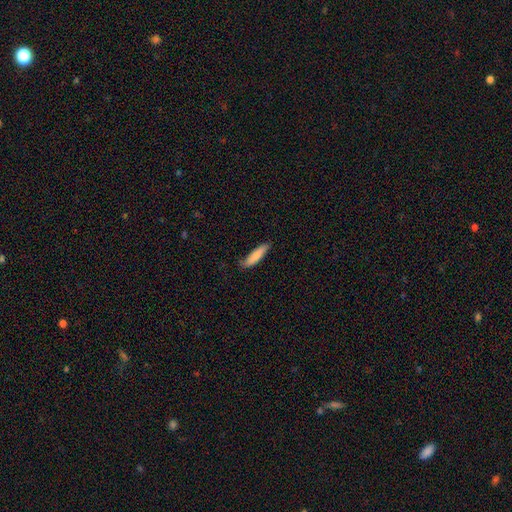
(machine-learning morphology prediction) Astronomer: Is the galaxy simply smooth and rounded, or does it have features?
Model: smooth — 81%.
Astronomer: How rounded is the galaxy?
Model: cigar-shaped — 75%.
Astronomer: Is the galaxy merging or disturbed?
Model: none — 78%.